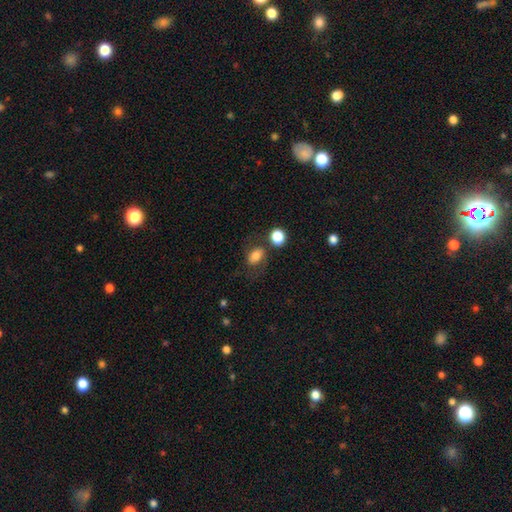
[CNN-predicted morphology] smooth-or-featured: smooth: 76% | featured or disk: 14% | star or artifact: 10%
  how-rounded: in between: 74% | round: 24% | cigar-shaped: 2%
  merging: none: 58% | minor disturbance: 18% | merger: 14% | major disturbance: 10%